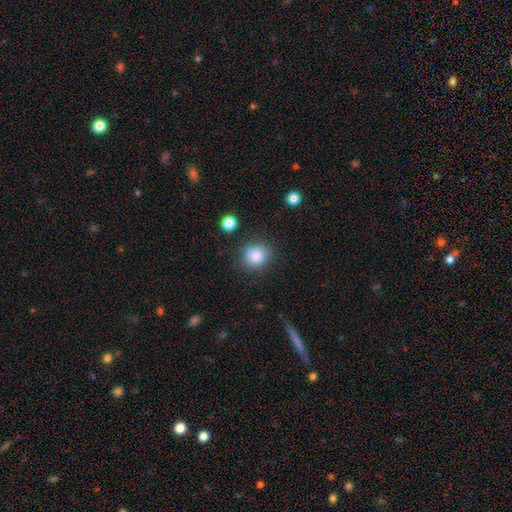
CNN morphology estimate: smooth_or_featured: smooth (p=0.85) [alt: star or artifact p=0.10]
how_rounded: round (p=0.88) [alt: in between p=0.11]
merging: none (p=0.83) [alt: minor disturbance p=0.11]